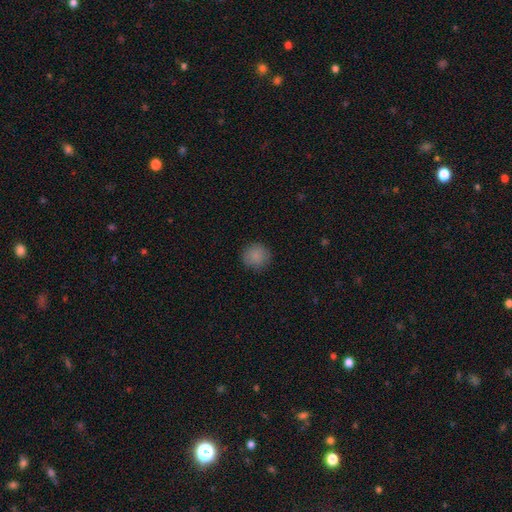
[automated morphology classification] Smooth or featured: smooth — 86% (star or artifact — 10%)
How rounded: round — 92% (in between — 7%)
Merging: none — 85% (minor disturbance — 11%)